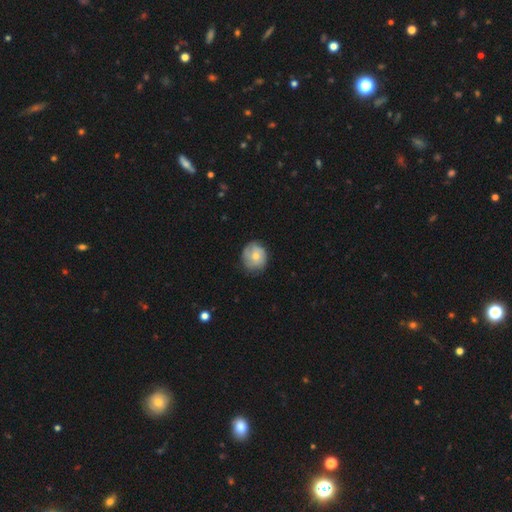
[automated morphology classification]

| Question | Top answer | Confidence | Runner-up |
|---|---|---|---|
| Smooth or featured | smooth | 57% | featured or disk (37%) |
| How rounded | round | 79% | in between (20%) |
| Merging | none | 70% | minor disturbance (23%) |